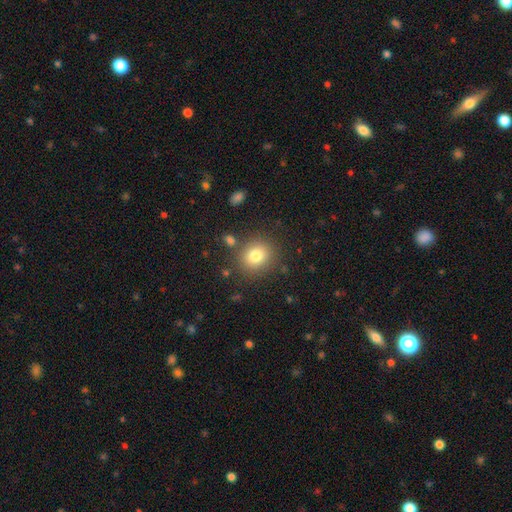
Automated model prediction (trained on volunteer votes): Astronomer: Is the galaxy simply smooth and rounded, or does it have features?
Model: smooth — 80%.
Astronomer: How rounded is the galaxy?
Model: round — 74%.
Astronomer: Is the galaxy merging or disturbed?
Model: none — 82%.